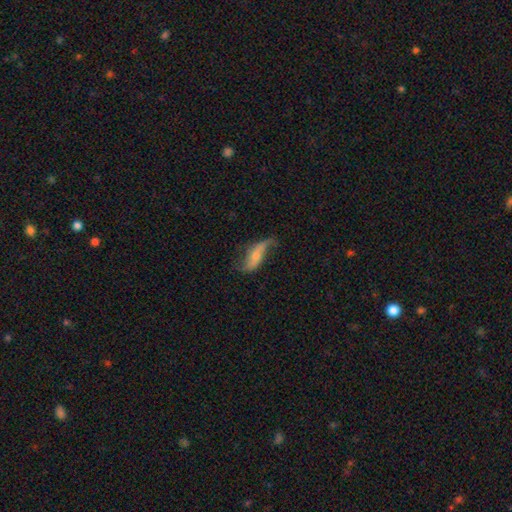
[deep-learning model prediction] featured or disk 73%, smooth 21%, star or artifact 7%. Down the decision tree: edge-on disk — no (88%); bar — no (48%); spiral arms — yes (91%); spiral arm count — 2 (87%); spiral winding — loose (87%); bulge size — small (52%); merging — none (58%).